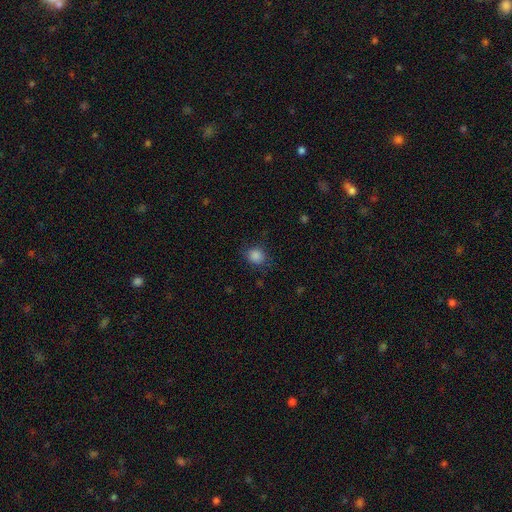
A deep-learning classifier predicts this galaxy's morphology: Smooth or featured? Predicted: smooth (p=0.86). How rounded? Predicted: round (p=0.76). Merging? Predicted: none (p=0.80).